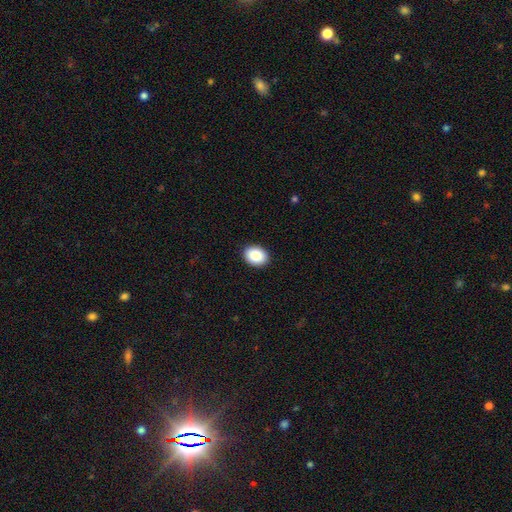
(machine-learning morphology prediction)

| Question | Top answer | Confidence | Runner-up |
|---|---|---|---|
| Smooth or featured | smooth | 87% | star or artifact (8%) |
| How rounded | in between | 66% | round (33%) |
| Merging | none | 91% | minor disturbance (6%) |